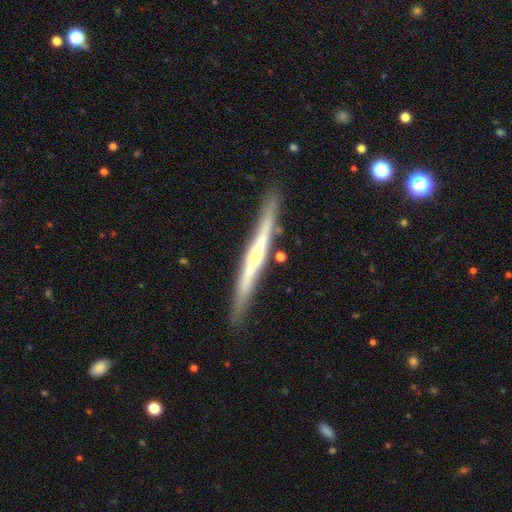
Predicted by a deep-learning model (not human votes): This is likely a featured or disk galaxy (65%). It is clearly viewed edge-on (95%). Edge-on bulge: possibly none (56%). Merging: clearly none (85%).